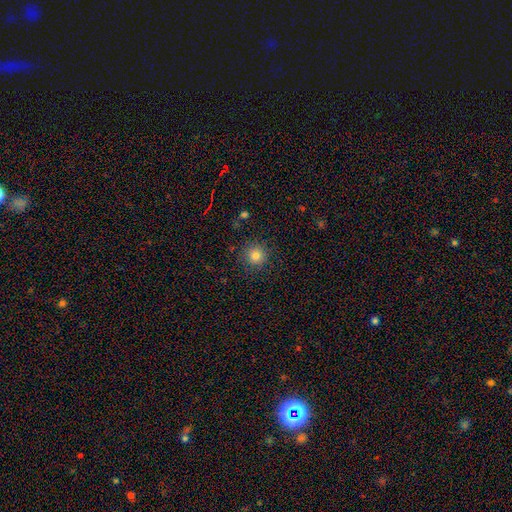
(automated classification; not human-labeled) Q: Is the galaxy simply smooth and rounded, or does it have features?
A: smooth — 80%.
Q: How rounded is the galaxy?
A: round — 95%.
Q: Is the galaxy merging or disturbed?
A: none — 89%.